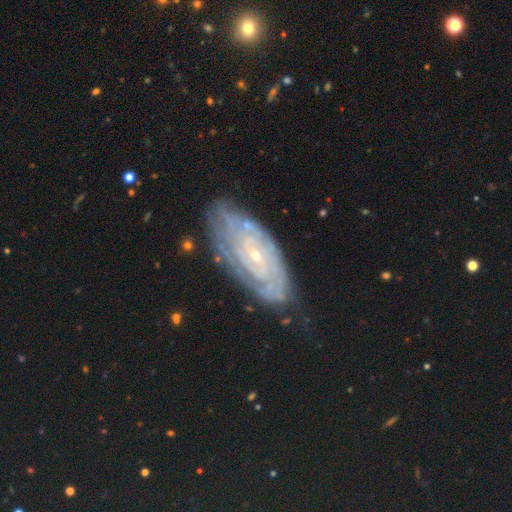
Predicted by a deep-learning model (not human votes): Overall: featured or disk (82%). Edge-on disk: no (92%). Bar: no (67%). Spiral arms: yes (92%). Spiral arm count: can't tell (47%; 2 18%). Spiral winding: tight (79%). Bulge size: small (82%). Merging: none (73%).